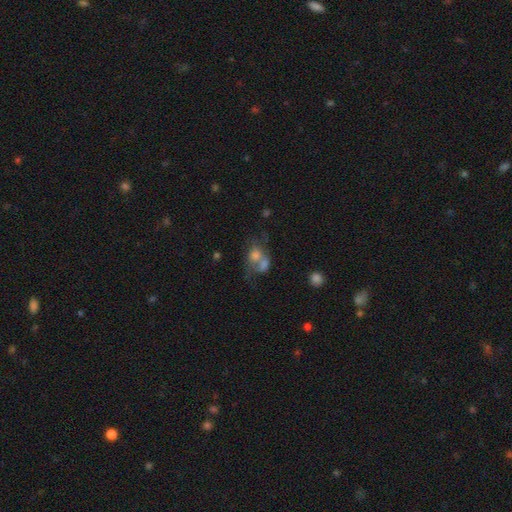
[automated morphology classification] This appears to be a smooth galaxy with no disk features (57%) that is round (50%). Merging: merger (57%).